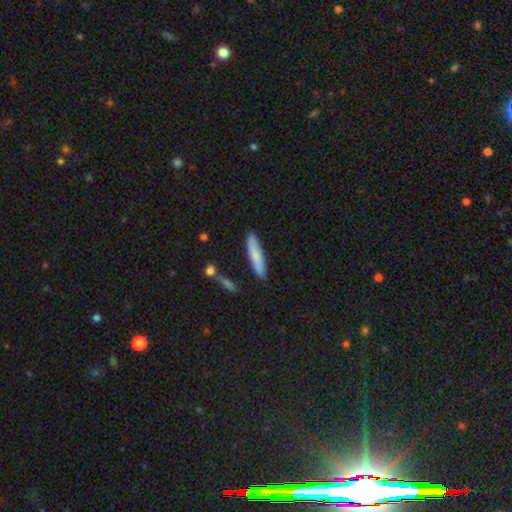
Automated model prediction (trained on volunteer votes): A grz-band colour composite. It shows a smooth galaxy with no disk features (76%) that is cigar-shaped (83%). Merging: none (85%).